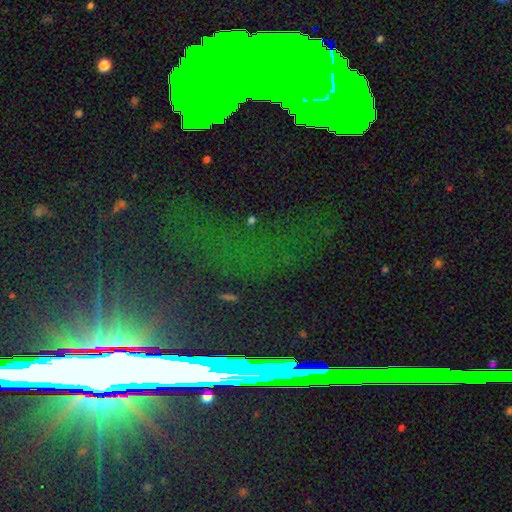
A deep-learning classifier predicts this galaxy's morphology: star or artifact 77%, featured or disk 13%, smooth 10%.